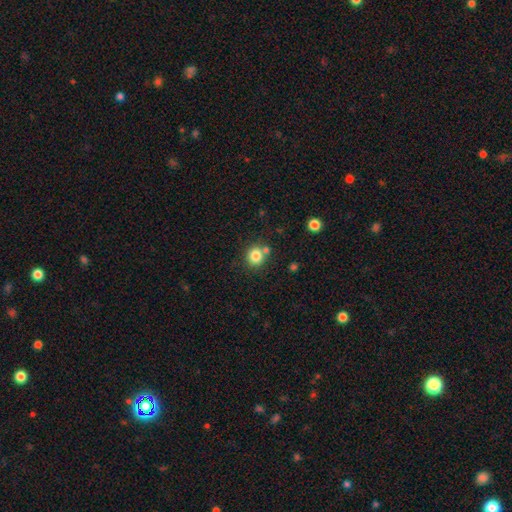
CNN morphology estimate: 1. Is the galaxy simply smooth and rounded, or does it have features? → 82% smooth, 12% star or artifact, 7% featured or disk.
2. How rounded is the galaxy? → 88% round, 11% in between, 1% cigar-shaped.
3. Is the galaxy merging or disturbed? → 72% none, 15% merger, 10% minor disturbance, 3% major disturbance.